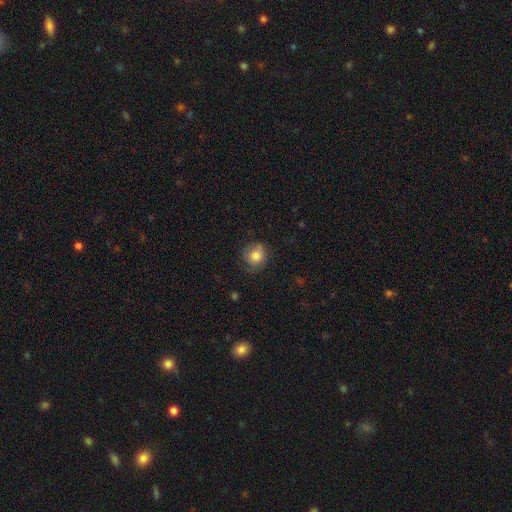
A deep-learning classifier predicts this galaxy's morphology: smooth_or_featured: smooth (p=0.76) [alt: featured or disk p=0.16]
how_rounded: round (p=0.85) [alt: in between p=0.14]
merging: none (p=0.68) [alt: minor disturbance p=0.23]